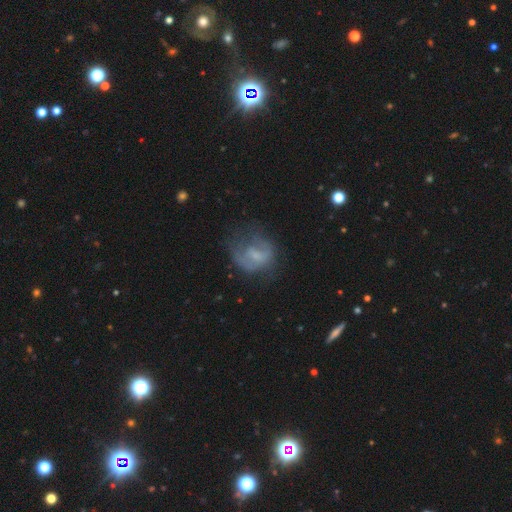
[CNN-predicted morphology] Smooth or featured? featured or disk (46%)
Merging? none (40%)